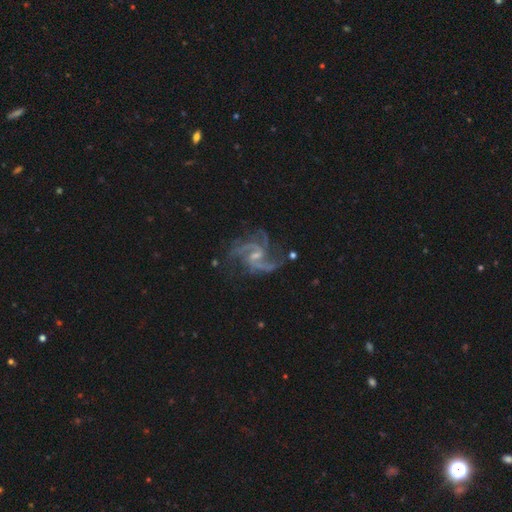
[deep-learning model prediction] smooth_or_featured: featured or disk (p=0.89) [alt: star or artifact p=0.07]
disk_edge_on: no (p=0.98) [alt: yes p=0.02]
bar: weak (p=0.50) [alt: no p=0.34]
has_spiral_arms: yes (p=0.97) [alt: no p=0.03]
spiral_winding: medium (p=0.51) [alt: loose p=0.35]
spiral_arm_count: 3 (p=0.34) [alt: 2 p=0.29]
bulge_size: small (p=0.63) [alt: moderate p=0.25]
merging: none (p=0.65) [alt: minor disturbance p=0.17]